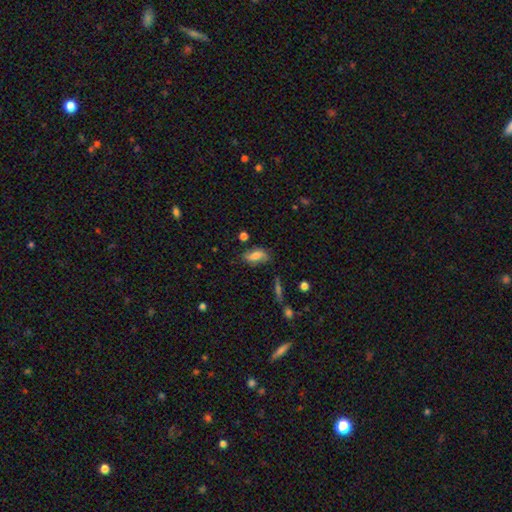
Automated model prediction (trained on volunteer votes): Morphology: type=smooth (63%); roundness=in between (84%); merging=none (65%).